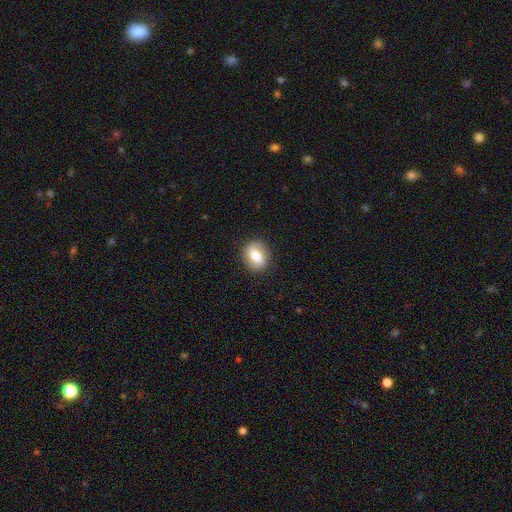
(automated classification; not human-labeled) Smooth or featured? Predicted: smooth (p=0.66). How rounded? Predicted: in between (p=0.50). Merging? Predicted: none (p=0.86).